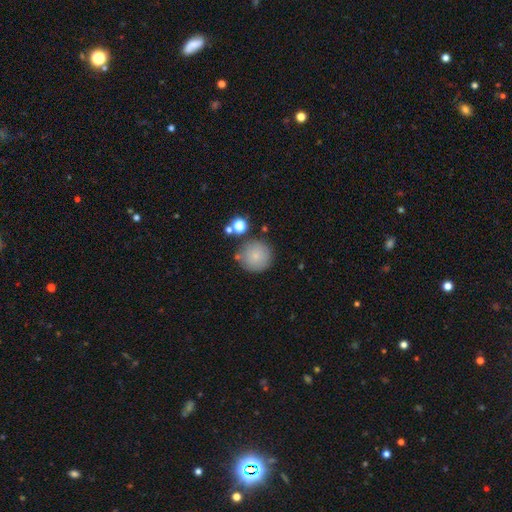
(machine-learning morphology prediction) smooth-or-featured: smooth: 80% | featured or disk: 11% | star or artifact: 10%
  how-rounded: round: 95% | in between: 4% | cigar-shaped: 1%
  merging: none: 78% | minor disturbance: 12% | merger: 7% | major disturbance: 4%